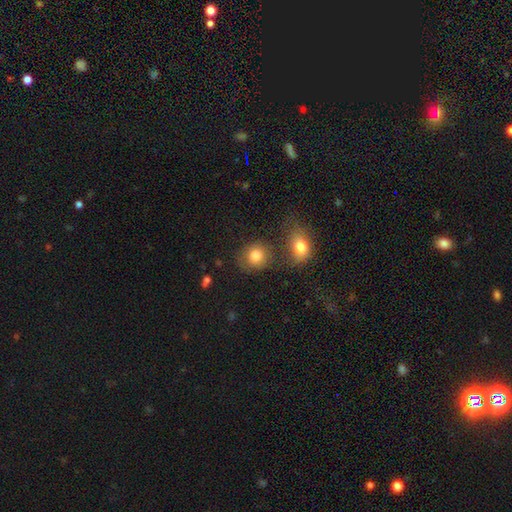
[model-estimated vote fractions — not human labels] Smooth or featured? smooth (82%)
How rounded? round (75%)
Merging? none (62%)